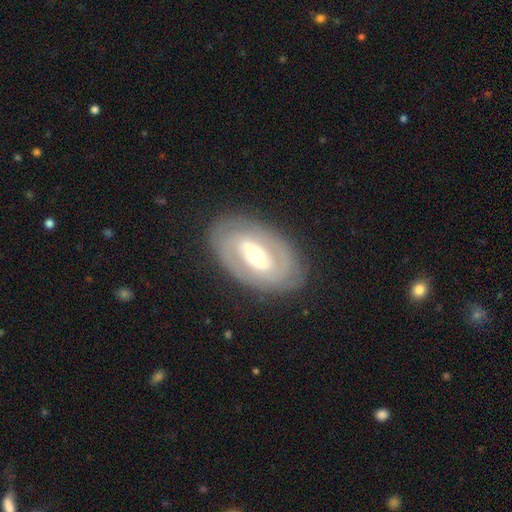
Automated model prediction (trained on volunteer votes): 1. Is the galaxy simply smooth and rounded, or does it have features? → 79% featured or disk, 16% smooth, 5% star or artifact.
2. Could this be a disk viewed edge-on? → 94% no, 6% yes.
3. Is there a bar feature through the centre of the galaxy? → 39% strong, 37% weak, 24% no.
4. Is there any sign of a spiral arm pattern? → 71% yes, 29% no.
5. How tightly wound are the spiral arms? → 65% tight, 25% medium, 9% loose.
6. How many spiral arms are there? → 61% 2, 26% can't tell, 5% 3, 4% 1, 2% 4, 2% more than 4.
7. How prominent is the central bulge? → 65% moderate, 25% small, 8% large, 1% dominant, 1% none.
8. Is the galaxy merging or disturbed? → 83% none, 11% minor disturbance, 4% major disturbance, 1% merger.